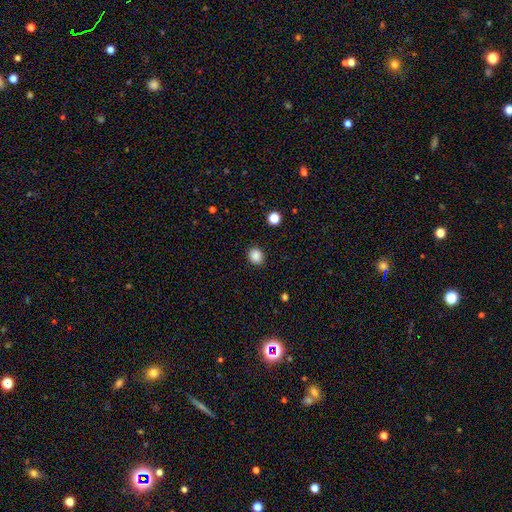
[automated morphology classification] Smooth or featured? Predicted: smooth (p=0.87). How rounded? Predicted: round (p=0.77). Merging? Predicted: none (p=0.90).